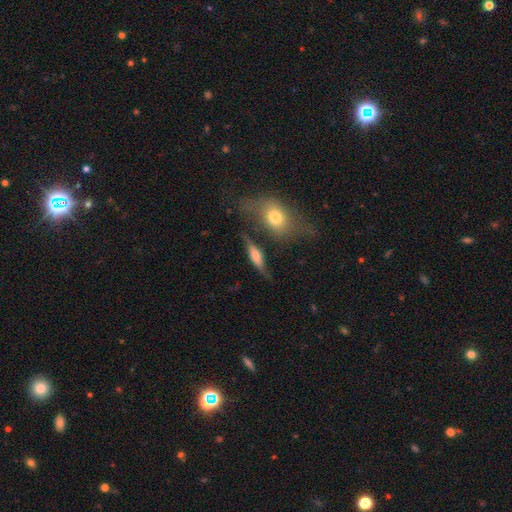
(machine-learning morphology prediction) Smooth or featured: smooth — 52% (featured or disk — 40%)
How rounded: cigar-shaped — 53% (in between — 40%)
Merging: none — 58% (minor disturbance — 21%)